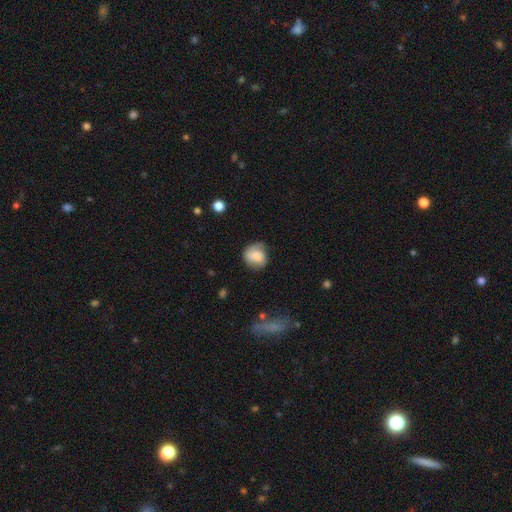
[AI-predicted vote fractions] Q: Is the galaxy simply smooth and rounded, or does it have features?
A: smooth — 62%.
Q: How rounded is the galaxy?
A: round — 74%.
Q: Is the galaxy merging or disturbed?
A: none — 54%.